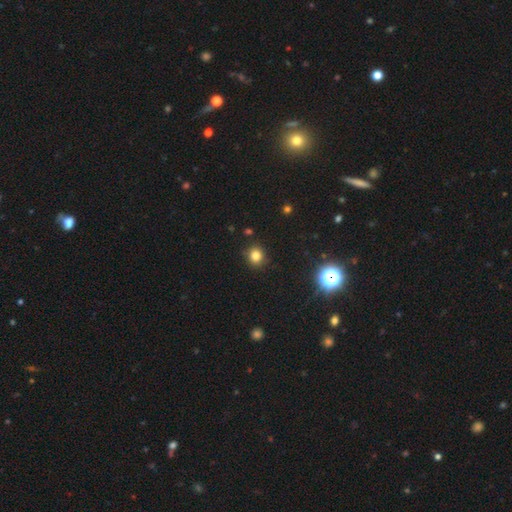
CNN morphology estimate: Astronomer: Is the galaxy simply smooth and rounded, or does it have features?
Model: smooth — 80%.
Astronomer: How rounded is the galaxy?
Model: round — 82%.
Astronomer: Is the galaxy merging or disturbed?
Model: none — 88%.